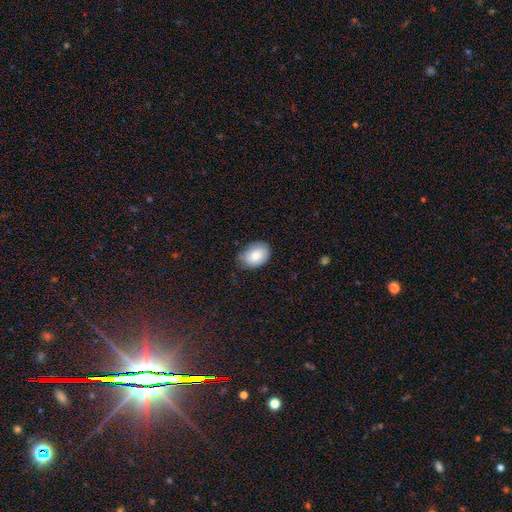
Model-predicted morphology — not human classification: Overall: smooth (83%). How rounded: in between (75%). Merging: none (70%).